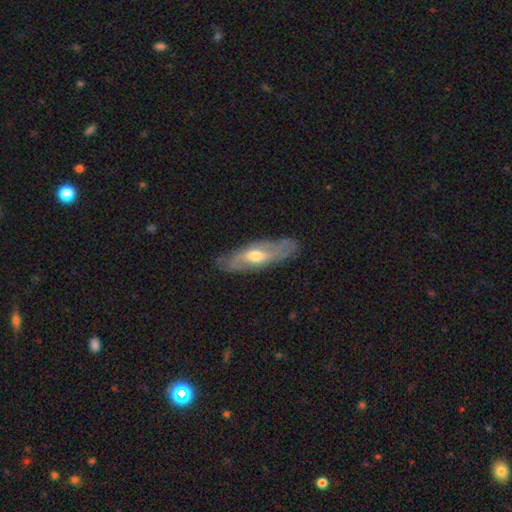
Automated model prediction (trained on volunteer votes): Overall: featured or disk (64%; smooth 31%). Edge-on disk: no (71%). Merging: none (79%).